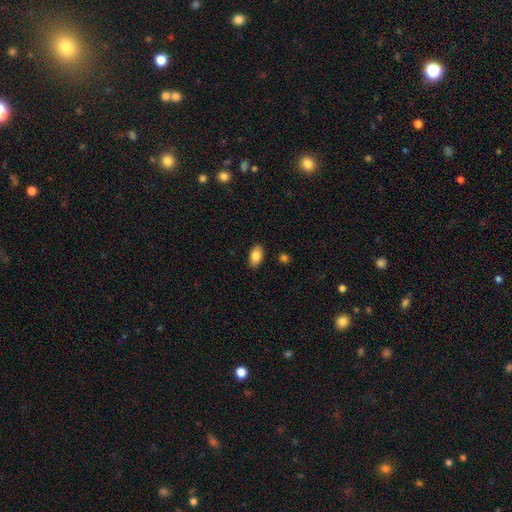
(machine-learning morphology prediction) This appears to be a smooth galaxy with no disk features (84%) that is in between round and cigar-shaped (93%). Merging: none (87%).